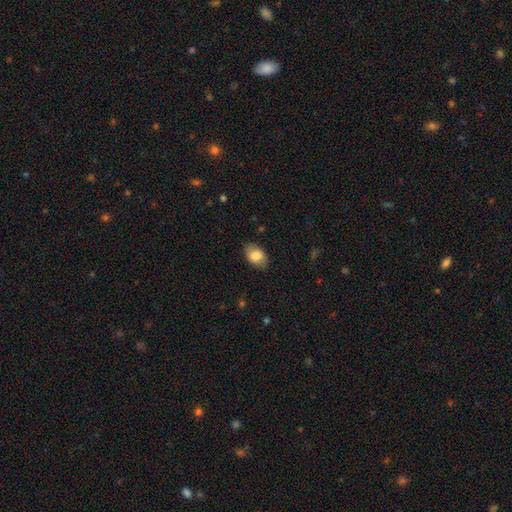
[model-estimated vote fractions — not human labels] smooth-or-featured: smooth: 82% | featured or disk: 11% | star or artifact: 7%
  how-rounded: in between: 87% | round: 11% | cigar-shaped: 1%
  merging: none: 83% | minor disturbance: 13% | major disturbance: 3% | merger: 1%